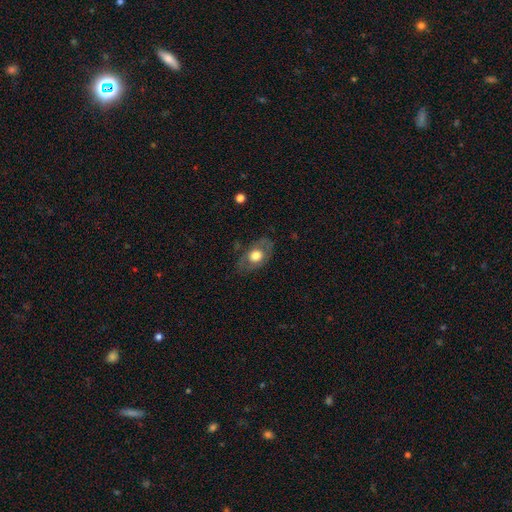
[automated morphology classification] The model was most divided on "smooth or featured": smooth: 53%, featured or disk: 40%, star or artifact: 7%. More confident: how rounded — in between (76%); merging — none (73%).